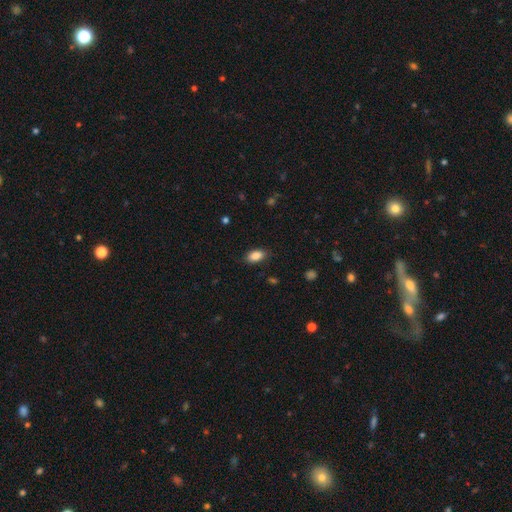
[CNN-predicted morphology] smooth_or_featured: smooth (p=0.87) [alt: star or artifact p=0.08]
how_rounded: in between (p=0.91) [alt: round p=0.05]
merging: none (p=0.85) [alt: minor disturbance p=0.11]